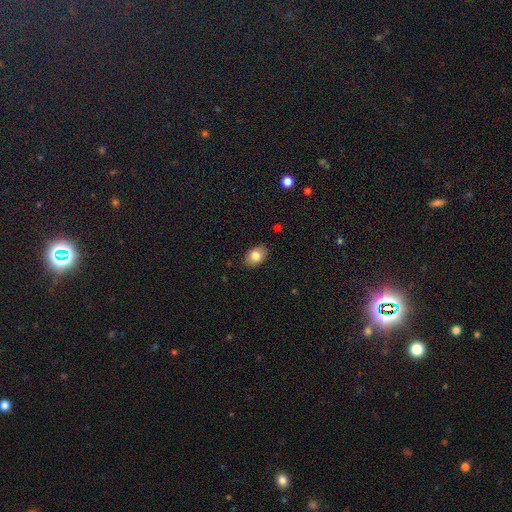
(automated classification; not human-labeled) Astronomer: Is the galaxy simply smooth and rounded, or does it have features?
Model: smooth — 82%.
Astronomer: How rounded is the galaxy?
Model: in between — 85%.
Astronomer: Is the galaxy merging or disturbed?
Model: none — 87%.